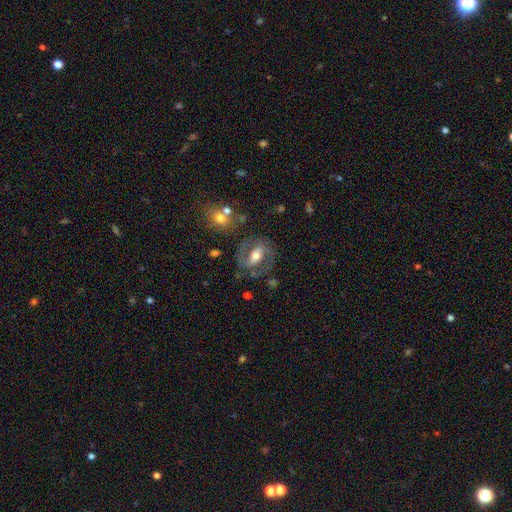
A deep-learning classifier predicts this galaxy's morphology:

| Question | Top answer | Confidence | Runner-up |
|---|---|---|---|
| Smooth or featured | featured or disk | 72% | smooth (21%) |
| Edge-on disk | no | 94% | yes (6%) |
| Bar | strong | 38% | weak (37%) |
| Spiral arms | yes | 83% | no (17%) |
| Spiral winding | medium | 53% | tight (26%) |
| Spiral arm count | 2 | 86% | can't tell (7%) |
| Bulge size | moderate | 68% | small (16%) |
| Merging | none | 70% | minor disturbance (16%) |